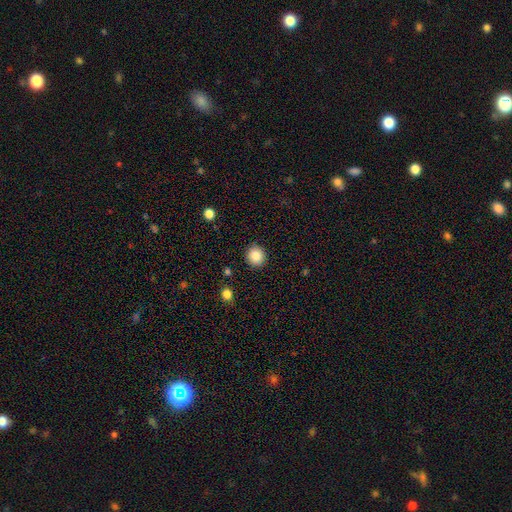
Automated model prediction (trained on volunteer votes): Morphology: type=smooth (85%); roundness=round (91%); merging=none (91%).